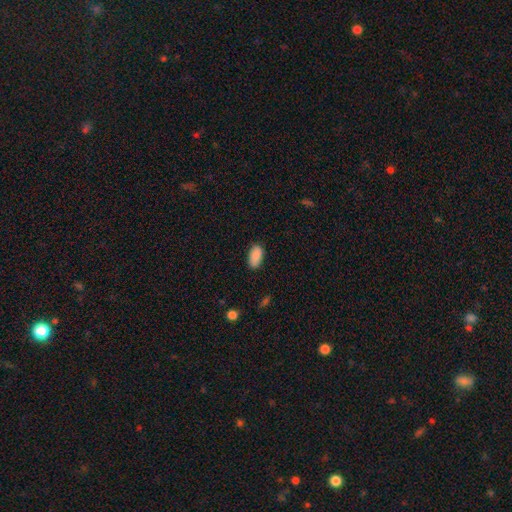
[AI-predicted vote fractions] Smooth or featured: smooth — 89% (star or artifact — 7%)
How rounded: in between — 93% (cigar-shaped — 4%)
Merging: none — 82% (minor disturbance — 14%)